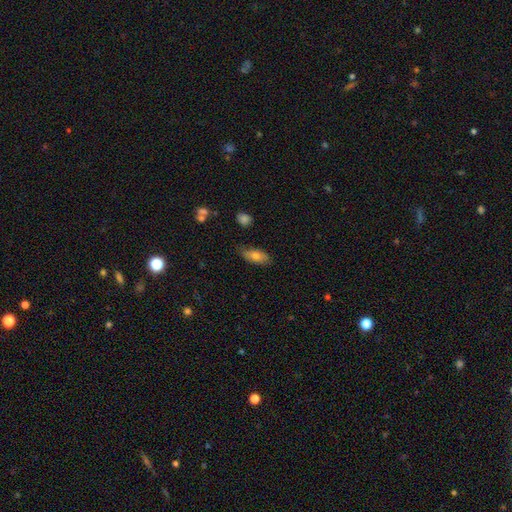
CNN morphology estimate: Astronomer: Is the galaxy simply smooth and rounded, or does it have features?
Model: smooth — 74%.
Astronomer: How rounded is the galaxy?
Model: in between — 83%.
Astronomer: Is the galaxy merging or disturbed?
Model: none — 74%.